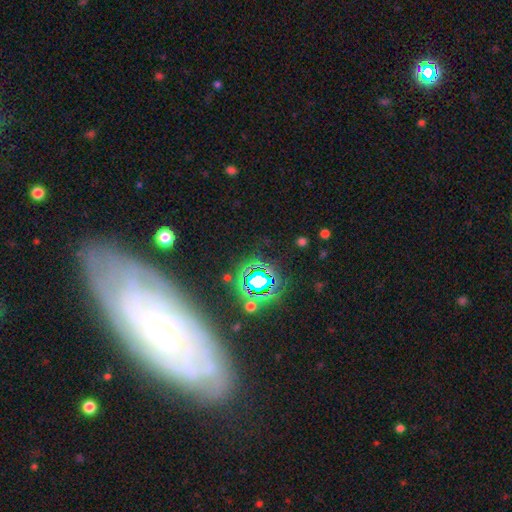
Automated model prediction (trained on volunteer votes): Smooth or featured? featured or disk (61%)
Edge-on disk? no (84%)
Bar? no (67%)
Spiral arms? yes (82%)
Bulge size? small (78%)
Merging? none (81%)